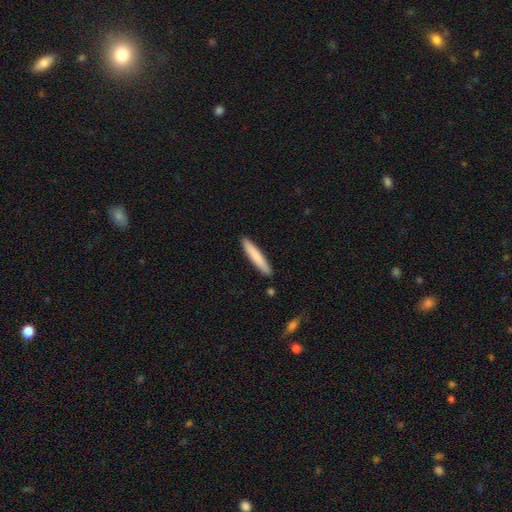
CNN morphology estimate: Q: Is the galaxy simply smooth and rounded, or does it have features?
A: smooth — 80%.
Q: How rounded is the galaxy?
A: cigar-shaped — 93%.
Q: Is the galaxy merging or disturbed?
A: none — 90%.